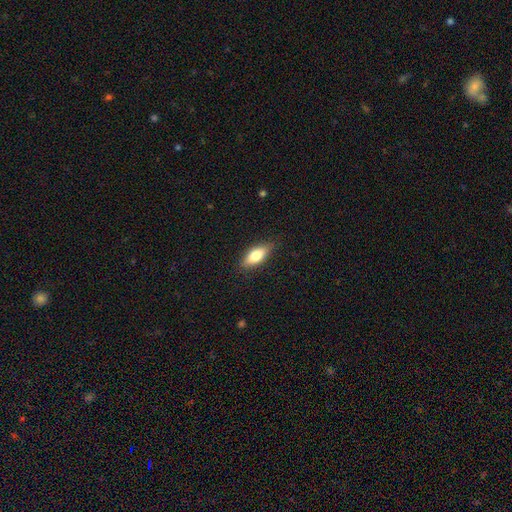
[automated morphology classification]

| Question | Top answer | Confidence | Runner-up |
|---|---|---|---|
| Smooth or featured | smooth | 73% | featured or disk (20%) |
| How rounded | in between | 74% | cigar-shaped (23%) |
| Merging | none | 85% | minor disturbance (11%) |